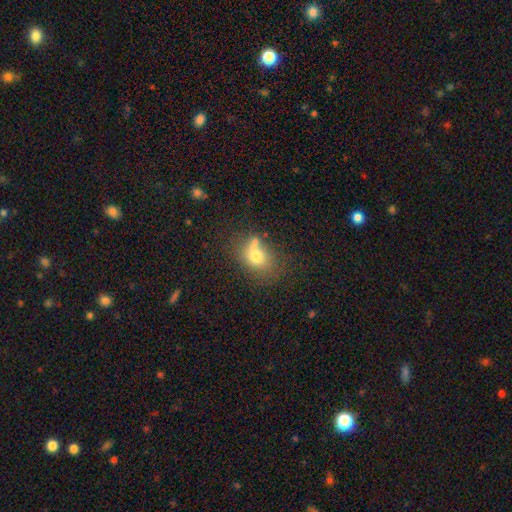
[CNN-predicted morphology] type=smooth (69%); roundness=in between (50%); merging=none (42%).